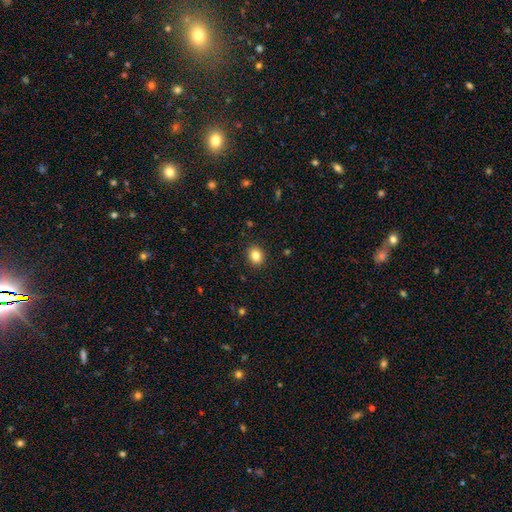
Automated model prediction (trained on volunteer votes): Smooth or featured?
  - smooth: 83% *
  - star or artifact: 11%
  - featured or disk: 6%
How rounded?
  - round: 59% *
  - in between: 40%
  - cigar-shaped: 1%
Merging?
  - none: 91% *
  - minor disturbance: 7%
  - major disturbance: 2%
  - merger: 1%